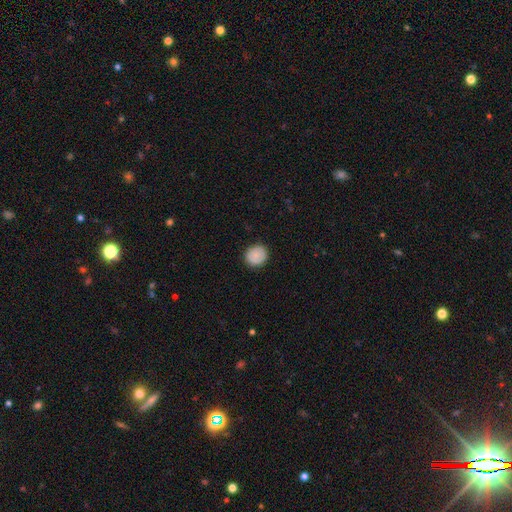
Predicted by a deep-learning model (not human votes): Overall: smooth (87%). How rounded: round (88%). Merging: none (89%).